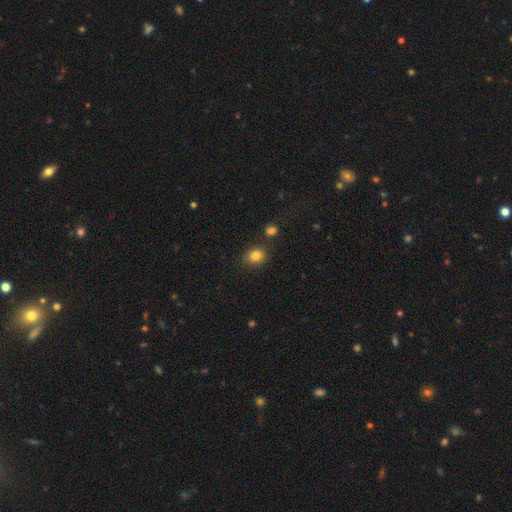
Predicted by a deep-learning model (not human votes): The model was most divided on "how rounded": round: 64%, in between: 35%, cigar-shaped: 1%. More confident: smooth or featured — smooth (82%); merging — none (81%).